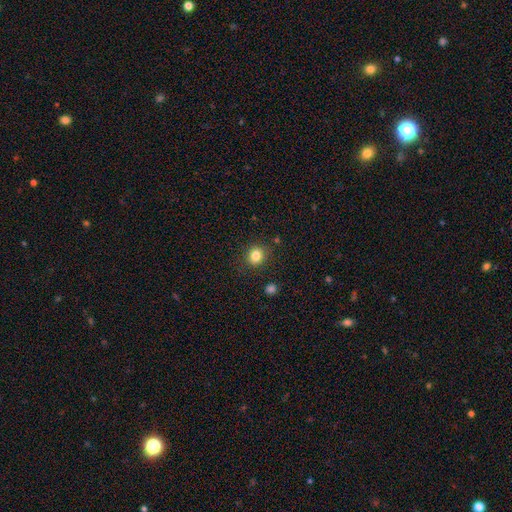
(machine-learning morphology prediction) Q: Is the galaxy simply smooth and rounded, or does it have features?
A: smooth — 83%.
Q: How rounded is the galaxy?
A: round — 82%.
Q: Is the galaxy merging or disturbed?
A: none — 87%.